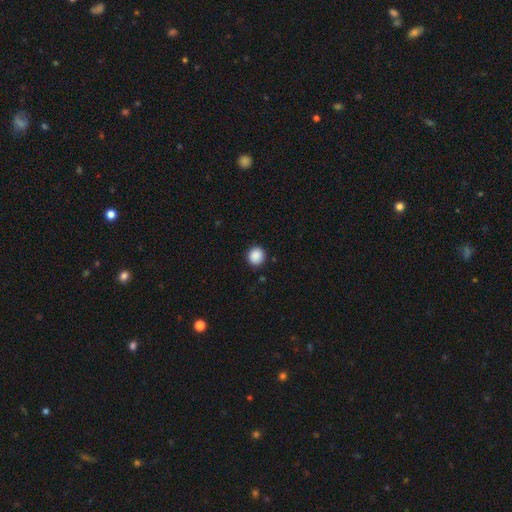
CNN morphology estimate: smooth_or_featured: smooth (p=0.89) [alt: star or artifact p=0.09]
how_rounded: round (p=0.91) [alt: in between p=0.08]
merging: none (p=0.91) [alt: minor disturbance p=0.06]